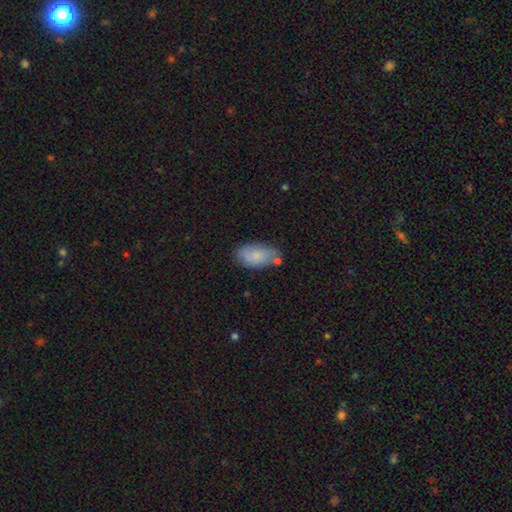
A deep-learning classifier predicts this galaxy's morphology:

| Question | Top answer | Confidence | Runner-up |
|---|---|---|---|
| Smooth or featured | smooth | 79% | featured or disk (14%) |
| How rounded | in between | 93% | cigar-shaped (4%) |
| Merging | none | 68% | minor disturbance (20%) |